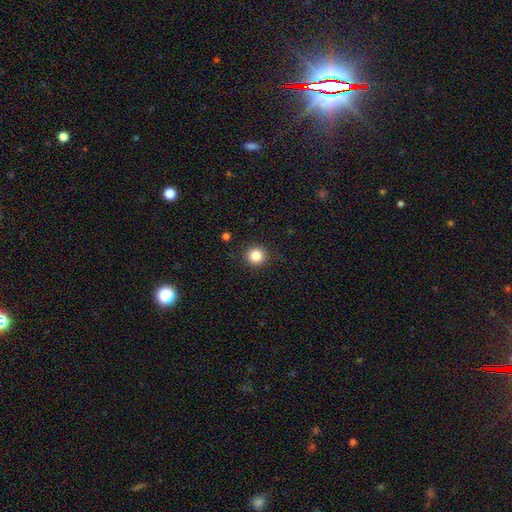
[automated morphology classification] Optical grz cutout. It shows a smooth galaxy with no disk features (84%) that is round (95%). Merging: none (91%).